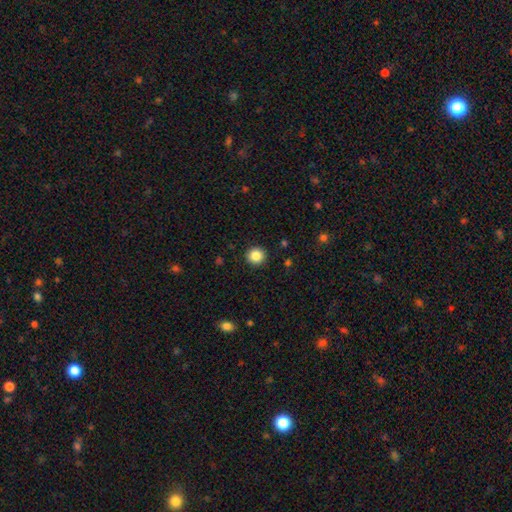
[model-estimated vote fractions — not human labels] Smooth or featured? smooth (86%)
How rounded? round (94%)
Merging? none (92%)